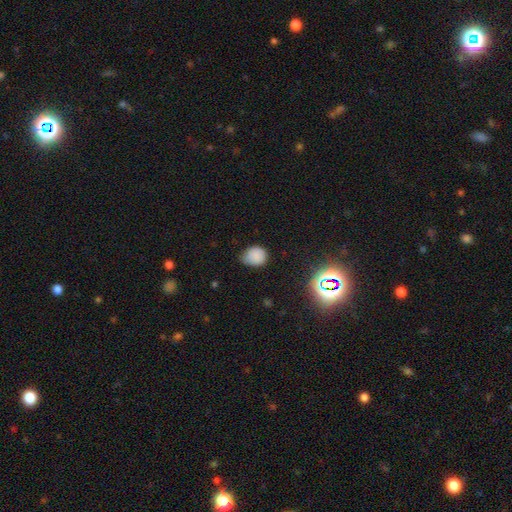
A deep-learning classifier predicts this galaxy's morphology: The model was most divided on "merging": none: 55%, minor disturbance: 37%, major disturbance: 7%, merger: 2%. More confident: smooth or featured — smooth (80%); how rounded — round (62%).